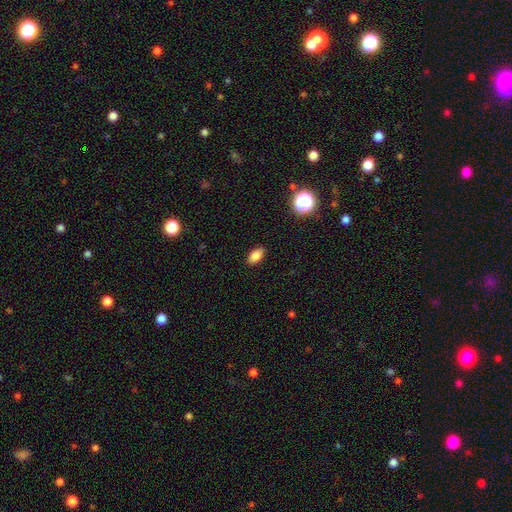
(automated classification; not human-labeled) smooth 84%, star or artifact 10%, featured or disk 6%. Down the decision tree: how rounded — in between (90%); merging — none (89%).